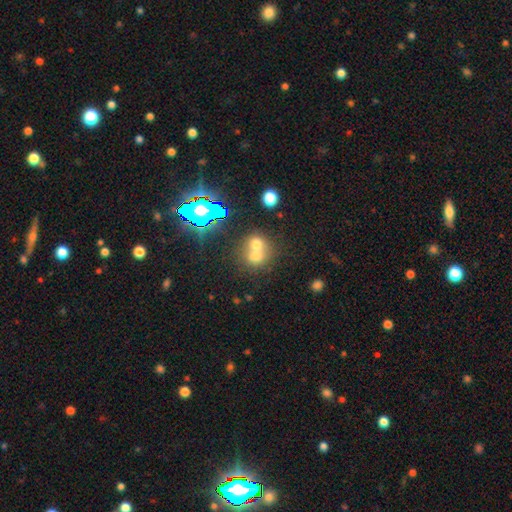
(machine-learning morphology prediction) smooth_or_featured: smooth (p=0.63) [alt: featured or disk p=0.19]
how_rounded: round (p=0.75) [alt: in between p=0.24]
merging: merger (p=0.62) [alt: none p=0.29]